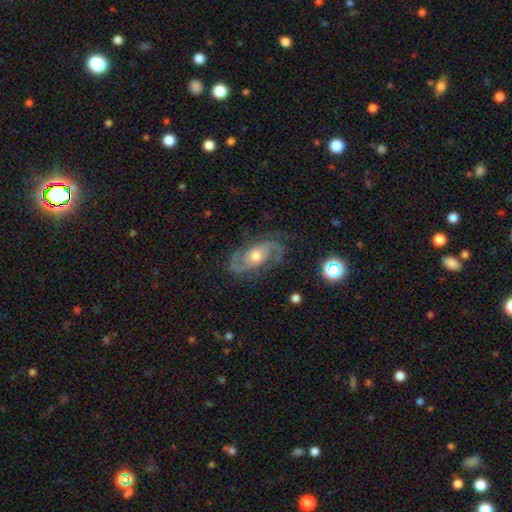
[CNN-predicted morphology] smooth_or_featured: featured or disk (p=0.89) [alt: star or artifact p=0.06]
disk_edge_on: no (p=0.96) [alt: yes p=0.04]
bar: no (p=0.64) [alt: weak p=0.27]
has_spiral_arms: yes (p=0.97) [alt: no p=0.03]
spiral_winding: medium (p=0.49) [alt: tight p=0.38]
spiral_arm_count: 2 (p=0.81) [alt: 3 p=0.07]
bulge_size: moderate (p=0.67) [alt: small p=0.24]
merging: none (p=0.79) [alt: minor disturbance p=0.14]